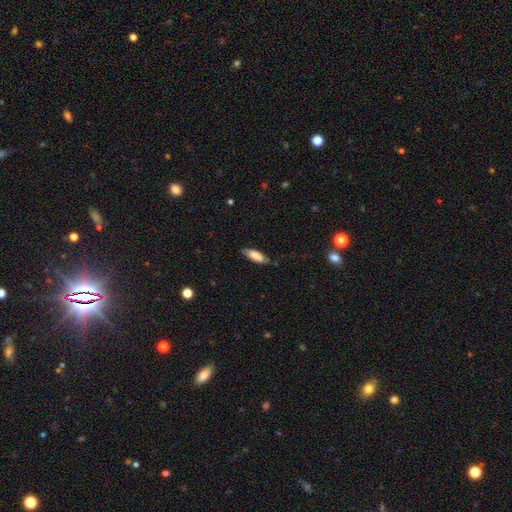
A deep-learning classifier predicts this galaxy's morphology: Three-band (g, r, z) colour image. It shows a smooth galaxy with no disk features (79%) that is in between round and cigar-shaped (64%). Merging: none (71%).